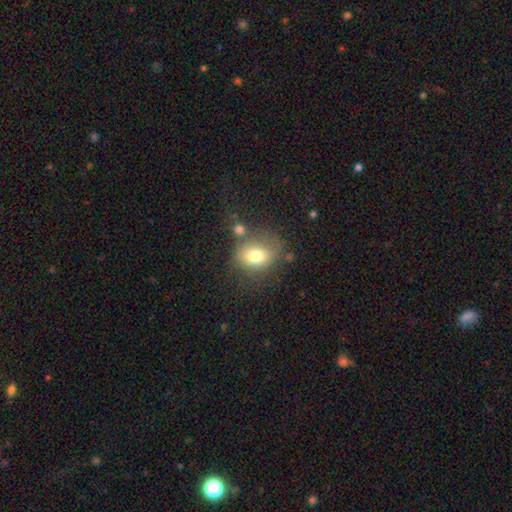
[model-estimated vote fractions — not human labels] Q: Smooth or featured?
A: smooth (75%); runner-up: featured or disk (15%)
Q: How rounded?
A: round (54%); runner-up: in between (45%)
Q: Merging?
A: none (55%); runner-up: minor disturbance (20%)